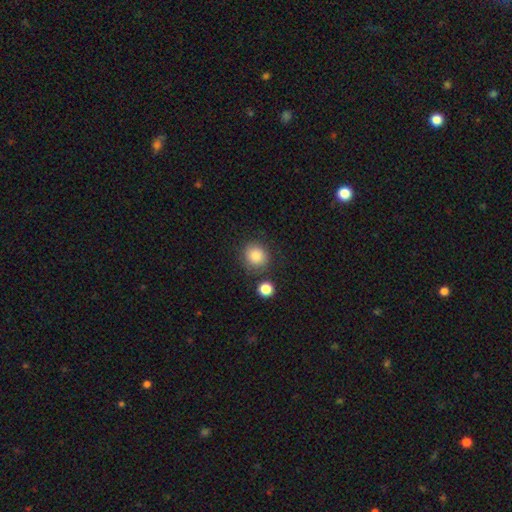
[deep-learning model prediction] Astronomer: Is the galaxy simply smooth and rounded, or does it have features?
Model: smooth — 85%.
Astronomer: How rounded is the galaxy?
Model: round — 87%.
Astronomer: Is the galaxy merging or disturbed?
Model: none — 80%.